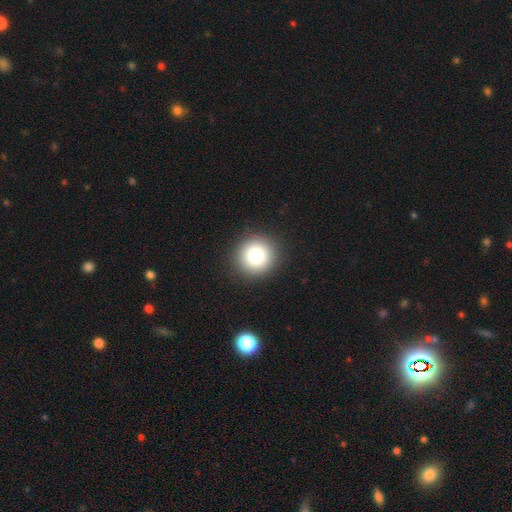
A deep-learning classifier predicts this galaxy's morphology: Smooth or featured? smooth (81%)
How rounded? round (94%)
Merging? none (92%)